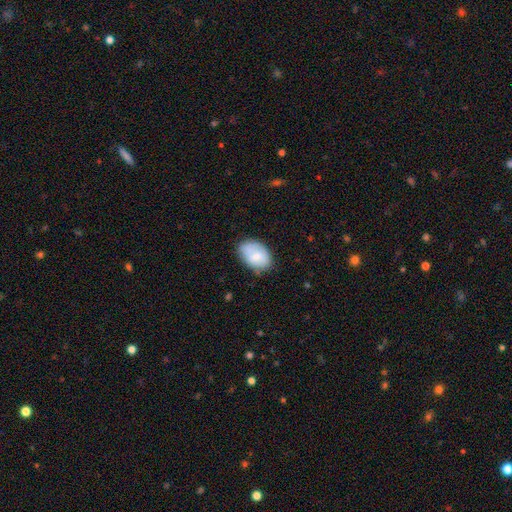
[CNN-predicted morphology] Smooth or featured?
  - smooth: 76% *
  - featured or disk: 18%
  - star or artifact: 7%
How rounded?
  - in between: 84% *
  - round: 15%
  - cigar-shaped: 1%
Merging?
  - none: 67% *
  - minor disturbance: 25%
  - major disturbance: 5%
  - merger: 3%